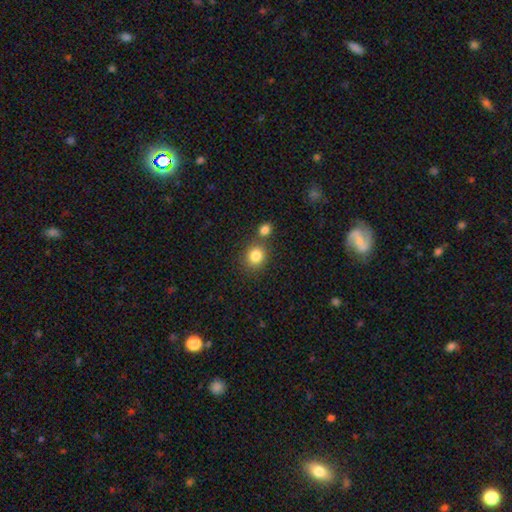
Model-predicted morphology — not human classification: A smooth galaxy with no disk features (83%) that is round (79%). Merging: none (68%).